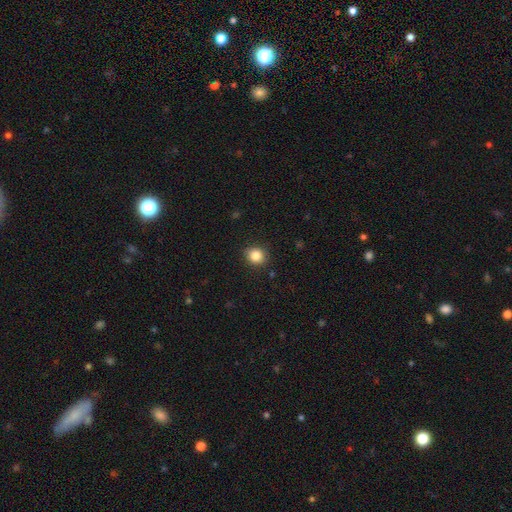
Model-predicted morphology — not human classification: A smooth galaxy with no disk features (85%) that is round (82%). Merging: none (89%).